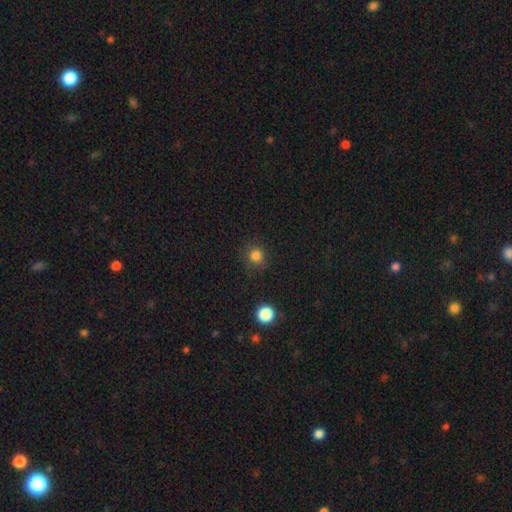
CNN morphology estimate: A smooth galaxy with no disk features (82%) that is round (90%).

Vote fractions:
- Smooth or featured? smooth: 82% / star or artifact: 14% / featured or disk: 4%
- How rounded? round: 90% / in between: 9% / cigar-shaped: 1%
- Merging? none: 84% / minor disturbance: 11% / major disturbance: 4% / merger: 2%